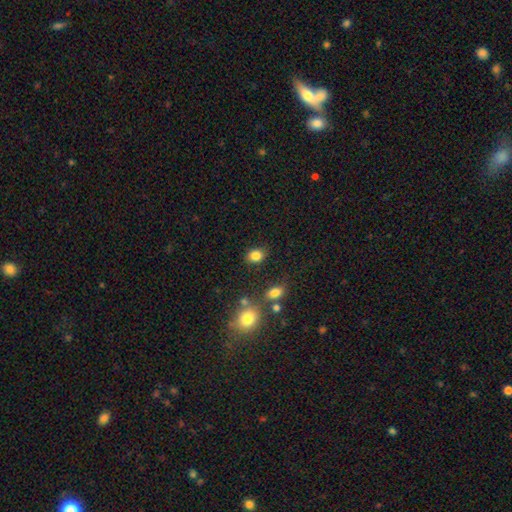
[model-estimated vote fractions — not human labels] Smooth or featured: smooth — 83% (star or artifact — 11%)
How rounded: in between — 53% (round — 46%)
Merging: none — 80% (minor disturbance — 11%)